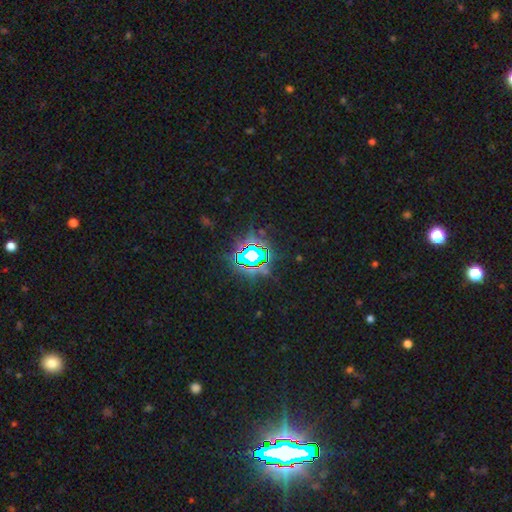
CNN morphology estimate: star or artifact 78%, smooth 12%, featured or disk 10%.